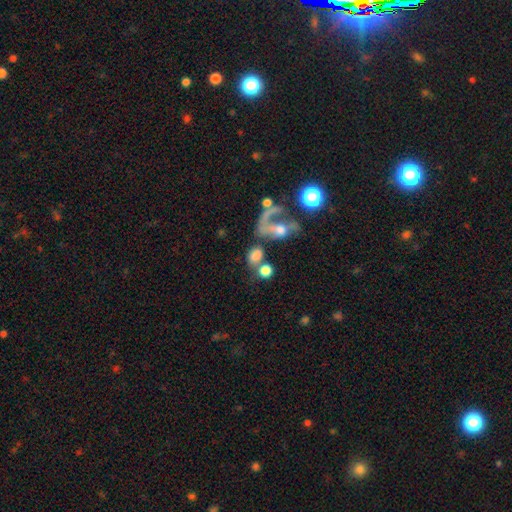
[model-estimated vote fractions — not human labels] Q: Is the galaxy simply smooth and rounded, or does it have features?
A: smooth — 64%.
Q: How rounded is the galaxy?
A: in between — 56%.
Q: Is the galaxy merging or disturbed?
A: merger — 42%.